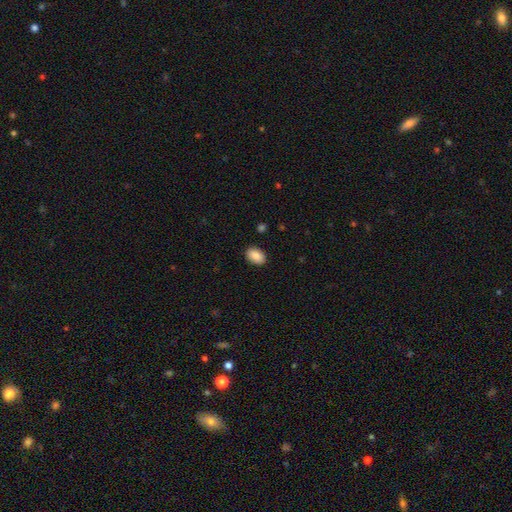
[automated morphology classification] Overall: smooth (88%). How rounded: in between (85%). Merging: none (89%).